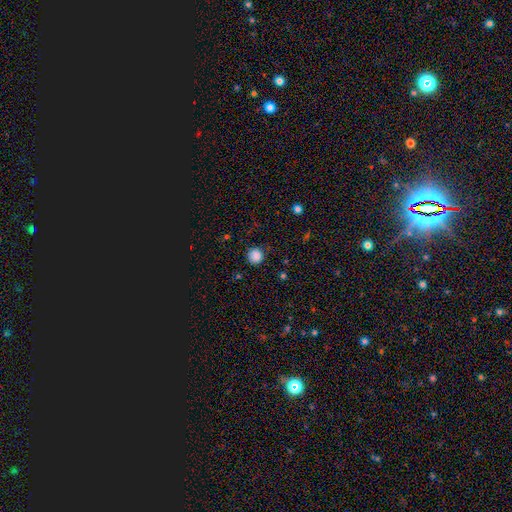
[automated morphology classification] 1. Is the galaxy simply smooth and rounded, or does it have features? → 86% smooth, 11% star or artifact, 3% featured or disk.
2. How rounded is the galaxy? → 93% round, 6% in between, 1% cigar-shaped.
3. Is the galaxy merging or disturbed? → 85% none, 11% minor disturbance, 3% major disturbance, 1% merger.